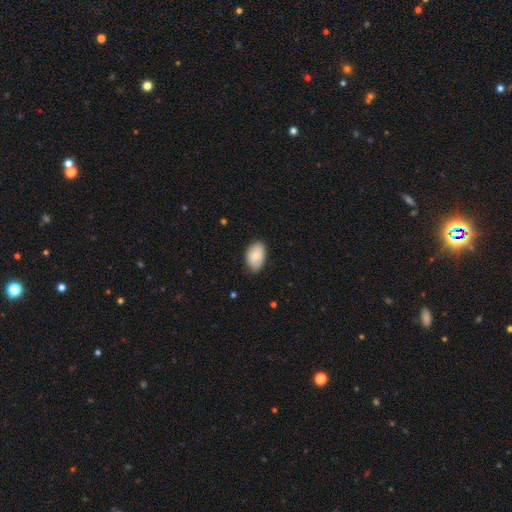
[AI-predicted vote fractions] smooth-or-featured: smooth: 79% | featured or disk: 14% | star or artifact: 7%
  how-rounded: in between: 90% | round: 9% | cigar-shaped: 1%
  merging: none: 79% | minor disturbance: 17% | major disturbance: 3% | merger: 1%